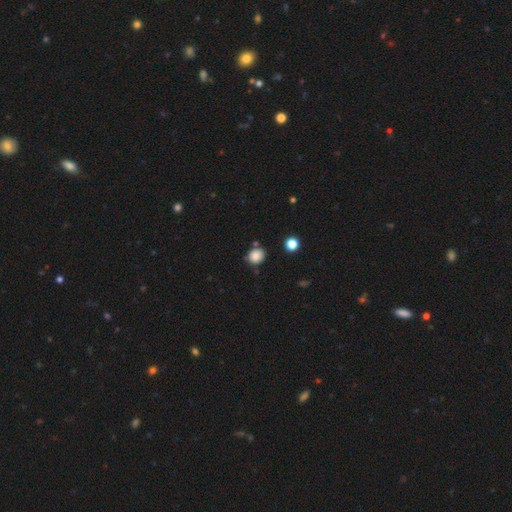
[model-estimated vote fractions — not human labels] Q: Smooth or featured?
A: smooth (85%); runner-up: star or artifact (10%)
Q: How rounded?
A: round (67%); runner-up: in between (32%)
Q: Merging?
A: none (76%); runner-up: minor disturbance (14%)